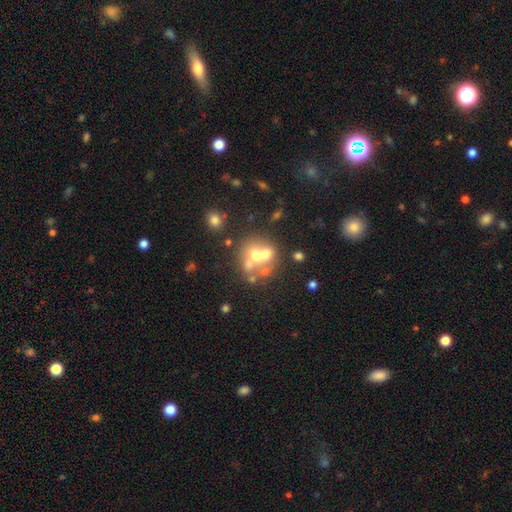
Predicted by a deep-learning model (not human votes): Q: Smooth or featured?
A: smooth (47%); runner-up: featured or disk (38%)
Q: Merging?
A: merger (53%); runner-up: none (31%)